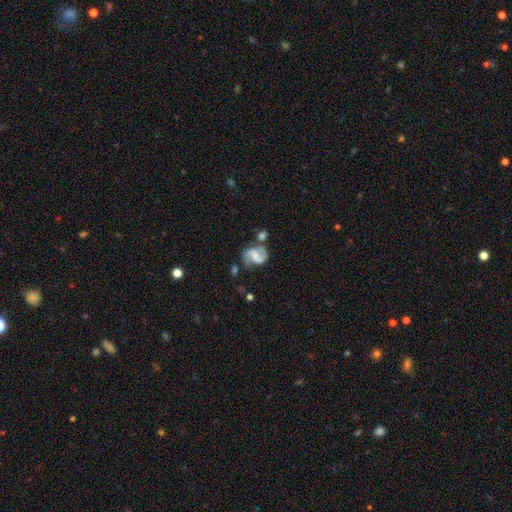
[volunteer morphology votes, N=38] Overall: featured or disk (89%). Edge-on disk: no (94%). Bar: weak (47%; no 38%). Spiral arms: yes (91%). Spiral arm count: 2 (90%). Spiral winding: loose (38%; medium 34%). Bulge size: moderate (34%, tied with small). Merging: none (50%; minor disturbance 24%).